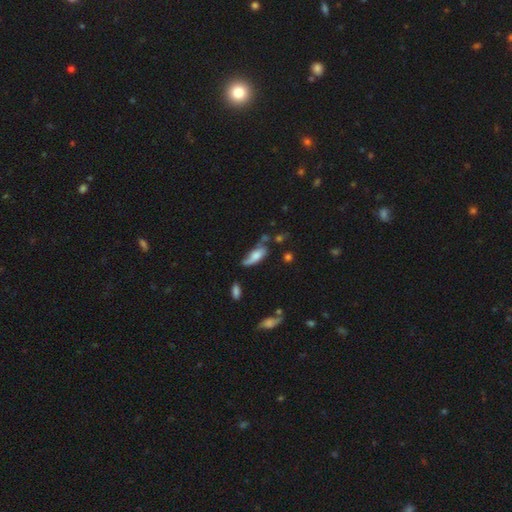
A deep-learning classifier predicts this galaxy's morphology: Smooth or featured? smooth (60%)
How rounded? in between (72%)
Merging? none (38%)